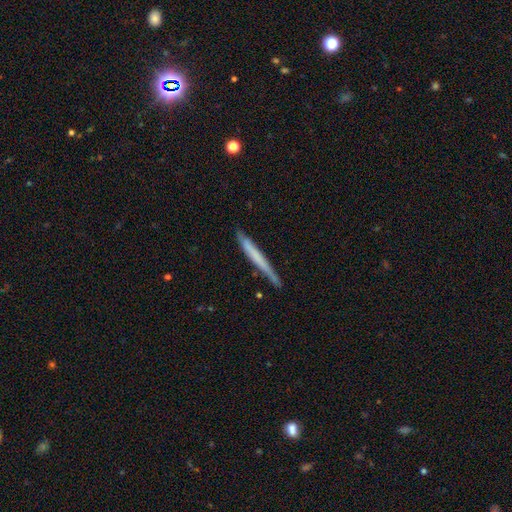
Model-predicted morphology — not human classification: smooth_or_featured: smooth (p=0.55) [alt: featured or disk p=0.39]
how_rounded: cigar-shaped (p=0.97) [alt: in between p=0.02]
merging: none (p=0.82) [alt: minor disturbance p=0.14]